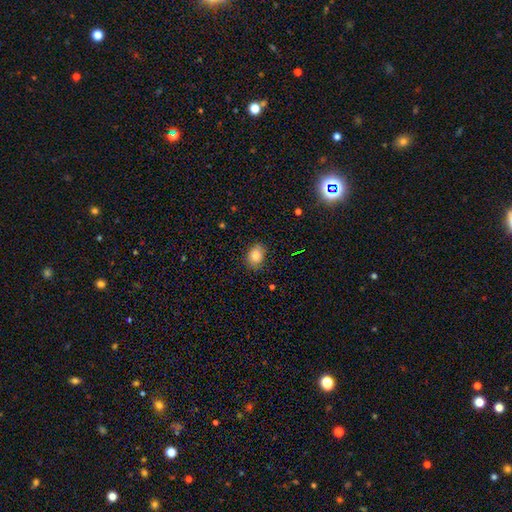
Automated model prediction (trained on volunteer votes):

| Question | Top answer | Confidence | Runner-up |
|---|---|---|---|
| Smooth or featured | smooth | 84% | star or artifact (10%) |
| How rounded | in between | 59% | round (40%) |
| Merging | none | 84% | minor disturbance (12%) |